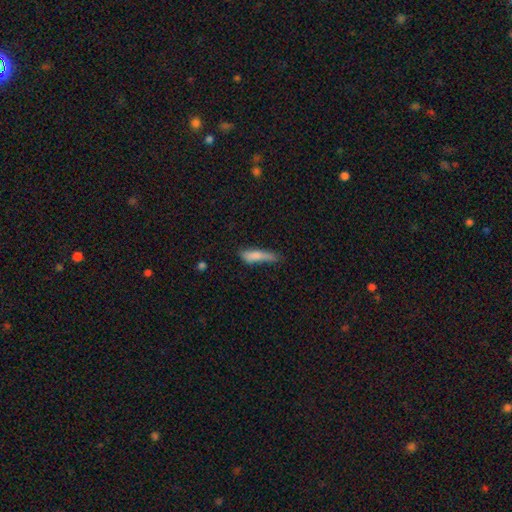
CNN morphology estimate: Smooth or featured? Predicted: smooth (p=0.77). How rounded? Predicted: cigar-shaped (p=0.72). Merging? Predicted: none (p=0.41).